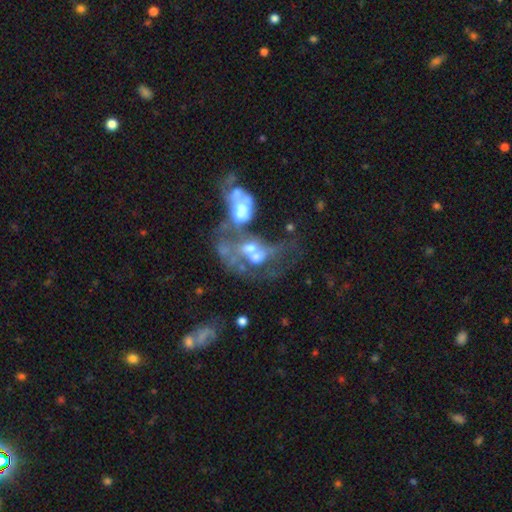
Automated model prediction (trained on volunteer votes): Overall: featured or disk (56%; smooth 28%). Edge-on disk: no (96%). Bar: no (86%). Spiral arms: no (87%). Bulge size: moderate (37%; none 26%). Merging: merger (67%).